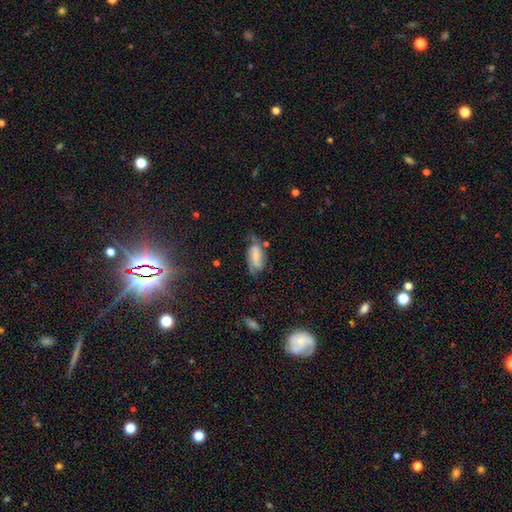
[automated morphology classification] Smooth or featured: featured or disk — 60% (smooth — 31%)
Edge-on disk: no — 94% (yes — 6%)
Bar: weak — 41% (no — 36%)
Spiral arms: yes — 87% (no — 13%)
Bulge size: small — 54% (moderate — 30%)
Merging: none — 49% (minor disturbance — 29%)